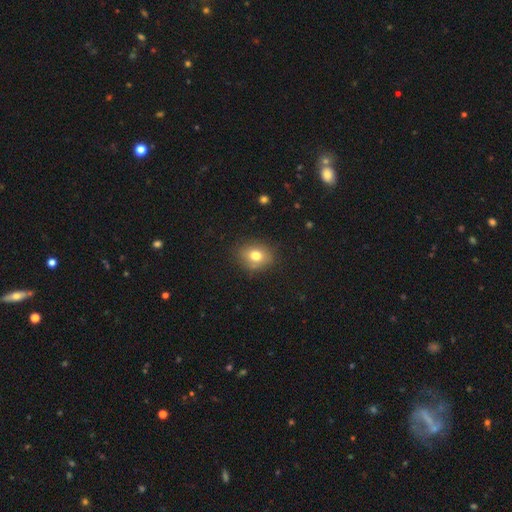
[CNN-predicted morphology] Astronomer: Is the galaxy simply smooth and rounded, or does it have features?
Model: smooth — 77%.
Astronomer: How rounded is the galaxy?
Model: round — 56% (runner-up: in between, 43%).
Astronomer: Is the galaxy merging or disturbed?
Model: none — 82%.